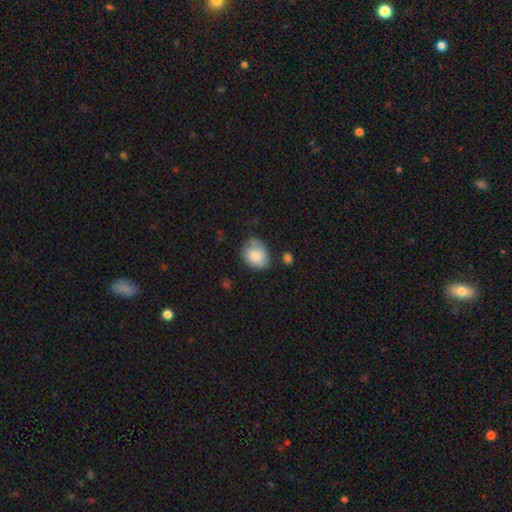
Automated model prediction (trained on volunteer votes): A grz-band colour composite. It shows a smooth galaxy with no disk features (77%) that is in between round and cigar-shaped (51%). Merging: none (57%).